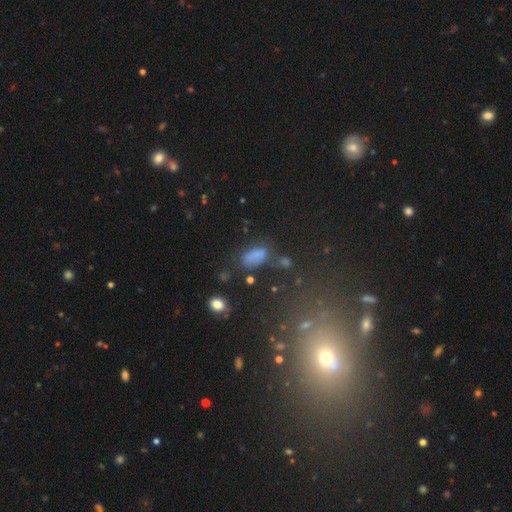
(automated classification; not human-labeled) Q: Smooth or featured?
A: smooth (73%); runner-up: star or artifact (16%)
Q: How rounded?
A: in between (88%); runner-up: cigar-shaped (7%)
Q: Merging?
A: none (54%); runner-up: minor disturbance (24%)